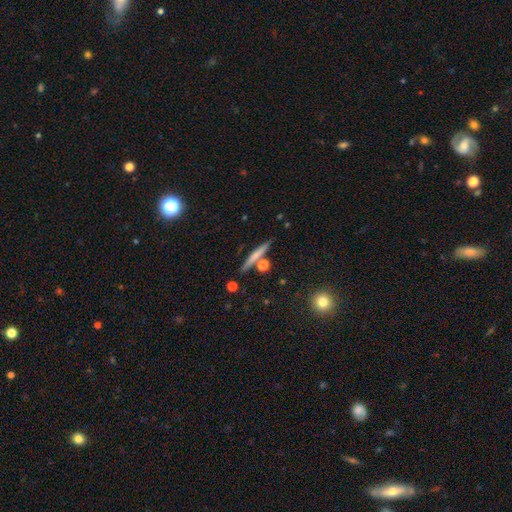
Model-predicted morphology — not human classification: type=smooth (61%); roundness=cigar-shaped (89%); merging=none (80%).